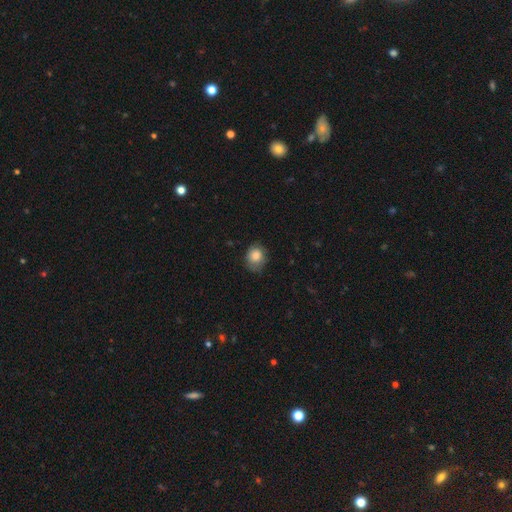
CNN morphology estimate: smooth-or-featured: smooth: 82% | featured or disk: 10% | star or artifact: 8%
  how-rounded: round: 65% | in between: 34% | cigar-shaped: 1%
  merging: none: 67% | minor disturbance: 26% | major disturbance: 6% | merger: 1%